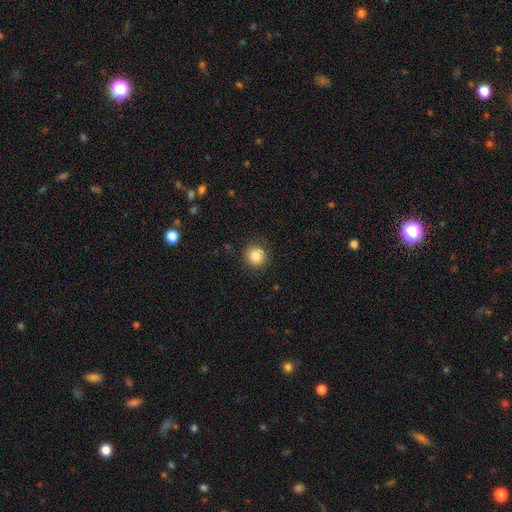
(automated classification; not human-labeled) Smooth or featured? Predicted: smooth (p=0.85). How rounded? Predicted: round (p=0.92). Merging? Predicted: none (p=0.90).